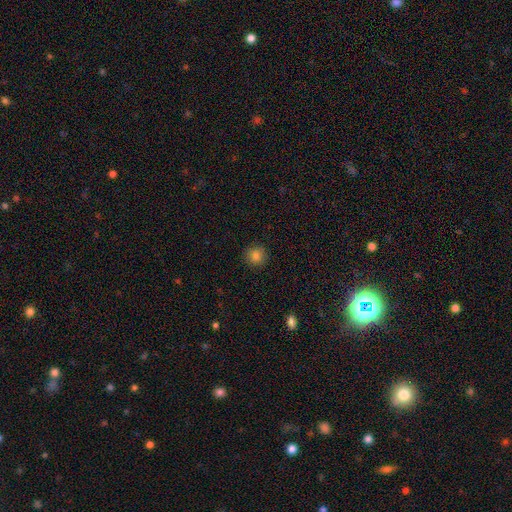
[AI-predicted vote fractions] This is clearly a smooth galaxy (82%). How rounded: clearly round (93%). Merging: clearly none (91%).